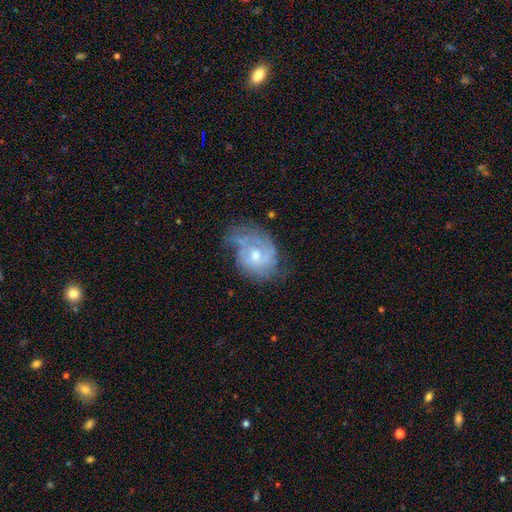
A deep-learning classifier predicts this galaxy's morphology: Smooth or featured?
  - featured or disk: 69% *
  - smooth: 23%
  - star or artifact: 8%
Edge-on disk?
  - no: 97% *
  - yes: 3%
Bar?
  - no: 72% *
  - weak: 25%
  - strong: 3%
Spiral arms?
  - yes: 77% *
  - no: 23%
Spiral winding?
  - tight: 51% *
  - medium: 33%
  - loose: 16%
Spiral arm count?
  - can't tell: 46% *
  - 2: 26%
  - 1: 11%
  - 3: 11%
  - 4: 4%
  - more than 4: 3%
Bulge size?
  - moderate: 55% *
  - small: 41%
  - large: 2%
  - none: 2%
  - dominant: 1%
Merging?
  - none: 40% *
  - minor disturbance: 31%
  - major disturbance: 24%
  - merger: 5%